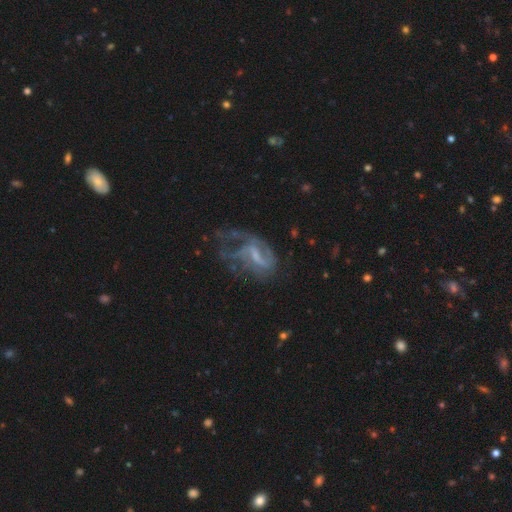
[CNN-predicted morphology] A featured or disk galaxy (75%) with a weak bar (49%), 2 (41%) loose (44%) spiral arms (74%) and a small central bulge (41%). Merging: major disturbance (44%).